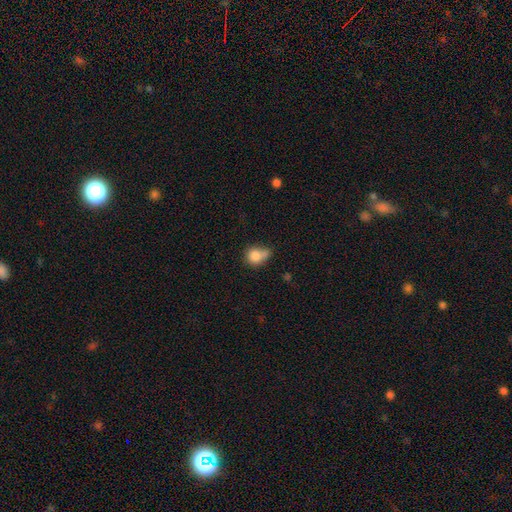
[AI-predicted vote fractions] The model was most divided on "merging": none: 37%, merger: 31%, minor disturbance: 23%, major disturbance: 10%. More confident: smooth or featured — smooth (80%); how rounded — round (70%).